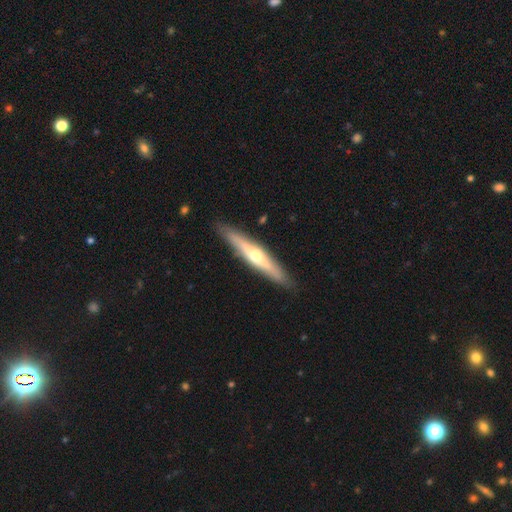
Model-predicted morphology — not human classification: A featured or disk galaxy (60%) viewed edge-on (91%) with a rounded central bulge (89%). Merging: none (89%).